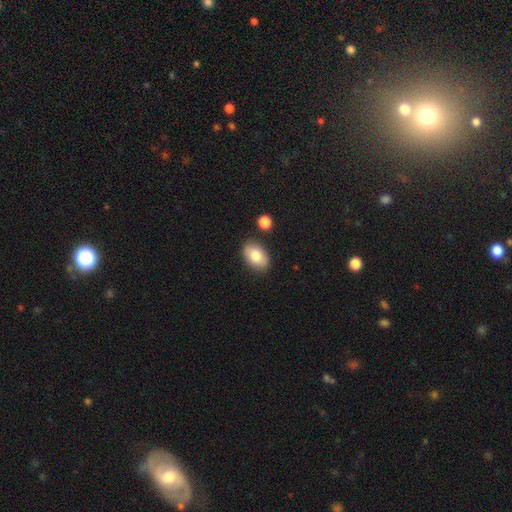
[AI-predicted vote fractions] smooth_or_featured: smooth (p=0.81) [alt: featured or disk p=0.12]
how_rounded: in between (p=0.89) [alt: round p=0.10]
merging: none (p=0.83) [alt: minor disturbance p=0.11]